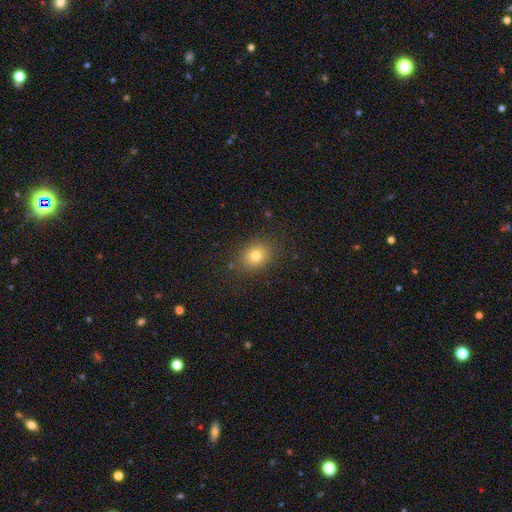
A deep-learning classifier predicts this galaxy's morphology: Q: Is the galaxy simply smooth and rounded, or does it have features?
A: smooth — 78%.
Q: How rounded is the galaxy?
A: round — 57%.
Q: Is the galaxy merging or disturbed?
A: none — 85%.